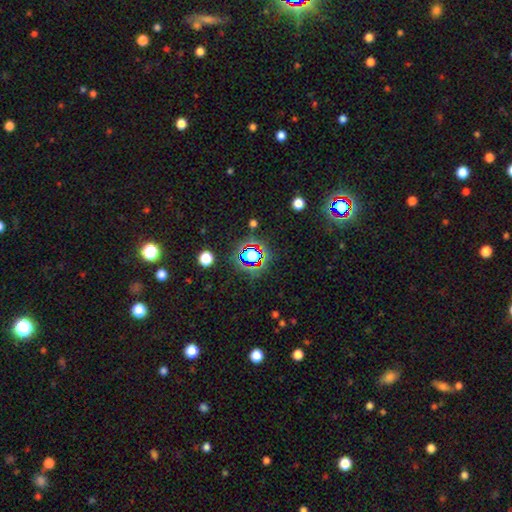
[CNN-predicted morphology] smooth-or-featured: star or artifact: 63% | smooth: 25% | featured or disk: 11%